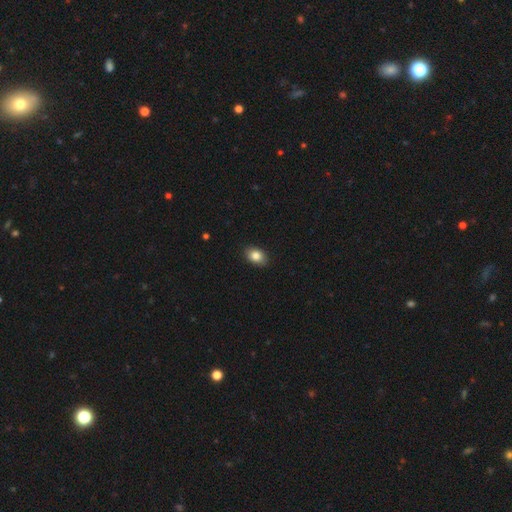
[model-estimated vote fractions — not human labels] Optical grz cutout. It shows a smooth galaxy with no disk features (84%) that is in between round and cigar-shaped (77%). Merging: none (89%).